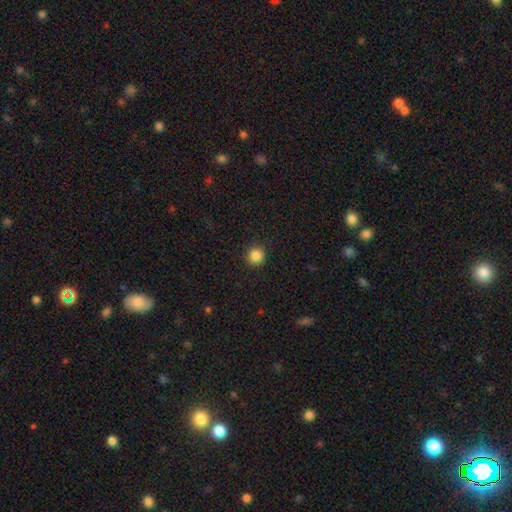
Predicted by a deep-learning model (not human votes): Q: Smooth or featured?
A: smooth (86%); runner-up: star or artifact (11%)
Q: How rounded?
A: round (93%); runner-up: in between (6%)
Q: Merging?
A: none (92%); runner-up: minor disturbance (5%)